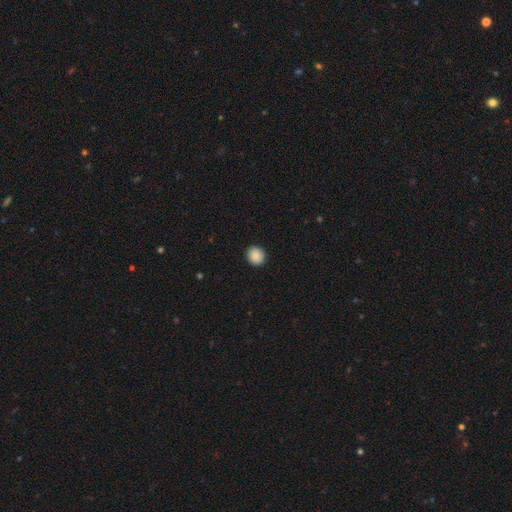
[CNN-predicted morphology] smooth_or_featured: smooth (p=0.87) [alt: star or artifact p=0.08]
how_rounded: round (p=0.87) [alt: in between p=0.12]
merging: none (p=0.91) [alt: minor disturbance p=0.06]